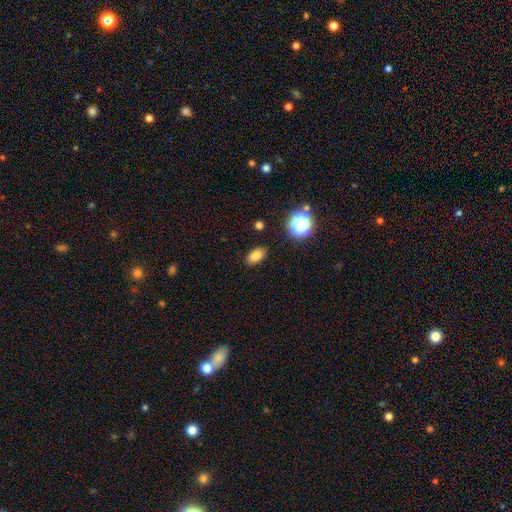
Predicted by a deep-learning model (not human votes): This is clearly a smooth galaxy (81%). How rounded: clearly in between (86%). Merging: clearly none (87%).